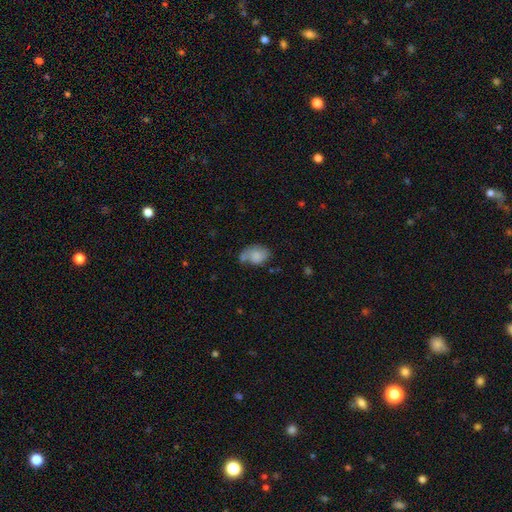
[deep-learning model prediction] This appears to be a smooth galaxy with no disk features (74%) that is in between round and cigar-shaped (73%). Merging: none (35%).